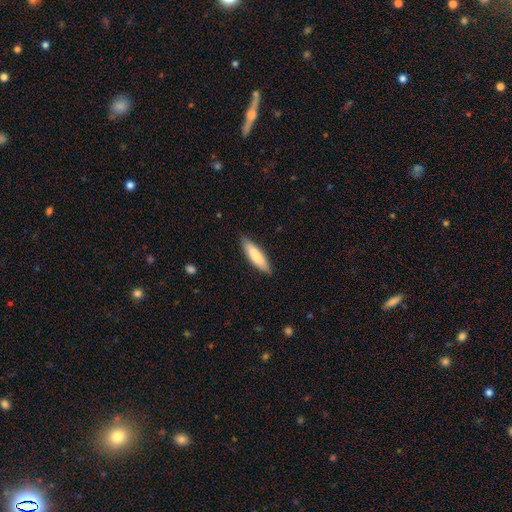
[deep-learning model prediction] Smooth or featured?
  - smooth: 82% *
  - featured or disk: 13%
  - star or artifact: 5%
How rounded?
  - cigar-shaped: 65% *
  - in between: 33%
  - round: 1%
Merging?
  - none: 87% *
  - minor disturbance: 10%
  - major disturbance: 2%
  - merger: 1%